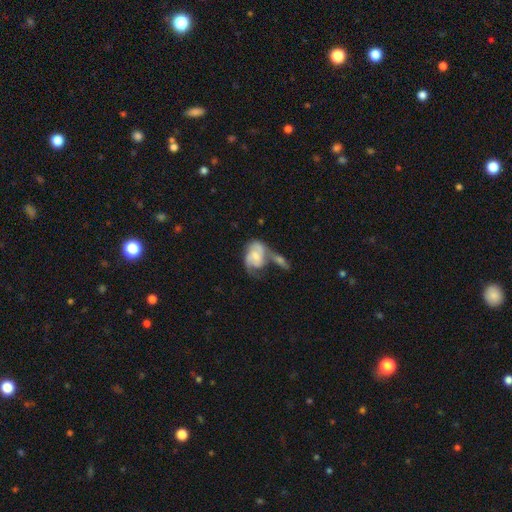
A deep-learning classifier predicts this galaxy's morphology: Overall: featured or disk (61%; smooth 32%). Edge-on disk: no (96%). Bar: no (60%; weak 33%). Spiral arms: yes (84%). Bulge size: small (46%; moderate 39%). Merging: merger (48%; none 21%).